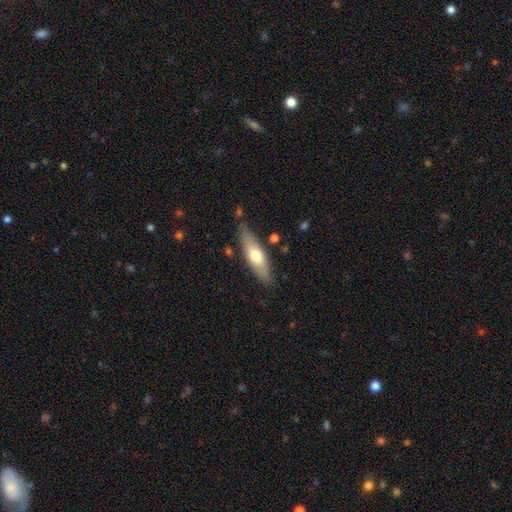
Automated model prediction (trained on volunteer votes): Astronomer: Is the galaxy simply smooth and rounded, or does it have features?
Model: smooth — 62%.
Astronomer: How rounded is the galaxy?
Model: cigar-shaped — 49%, tied with in between at 49%.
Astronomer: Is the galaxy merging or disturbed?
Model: none — 80%.